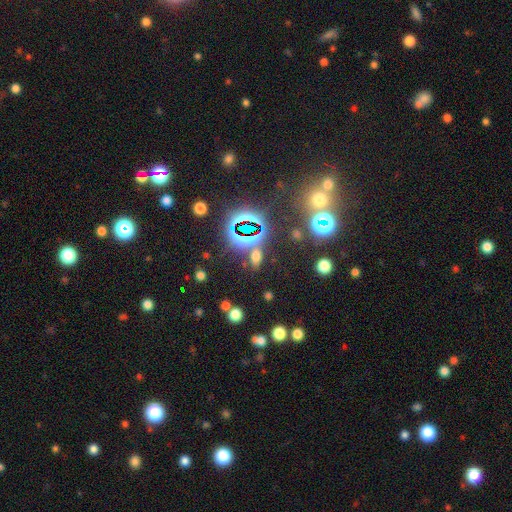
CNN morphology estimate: The model was most divided on "smooth or featured": smooth: 49%, star or artifact: 41%, featured or disk: 10%. More confident: merging — none (75%).